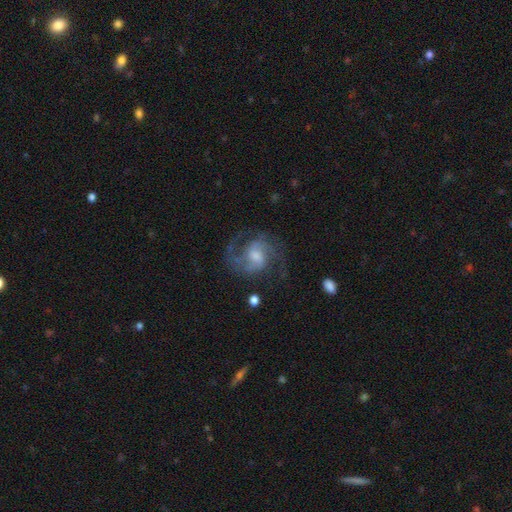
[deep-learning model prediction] The model was most divided on "bar": weak: 50%, no: 39%, strong: 11%. Remaining: edge-on disk — no (98%); spiral arms — yes (97%); smooth or featured — featured or disk (88%); spiral arm count — 2 (80%); merging — none (73%); spiral winding — medium (59%); bulge size — moderate (45%).